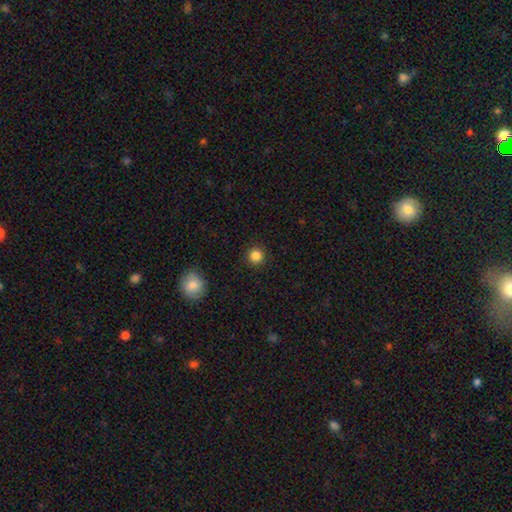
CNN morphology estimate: smooth-or-featured: smooth: 85% | star or artifact: 11% | featured or disk: 4%
  how-rounded: round: 94% | in between: 5% | cigar-shaped: 1%
  merging: none: 92% | minor disturbance: 5% | major disturbance: 2% | merger: 1%